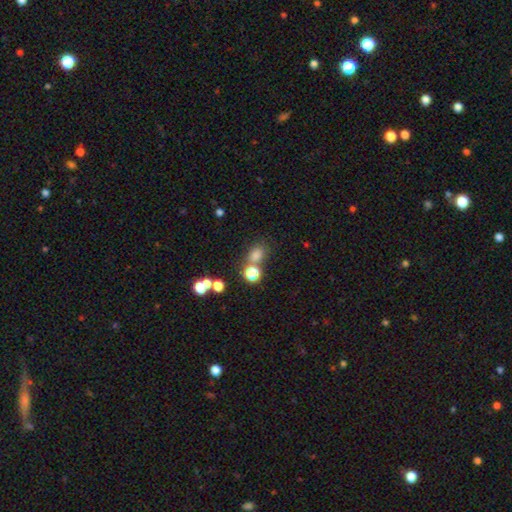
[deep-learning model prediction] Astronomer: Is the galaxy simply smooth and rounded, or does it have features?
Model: smooth — 71%.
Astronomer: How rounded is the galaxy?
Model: round — 55% (runner-up: in between, 43%).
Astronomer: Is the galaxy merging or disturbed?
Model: none — 60%.